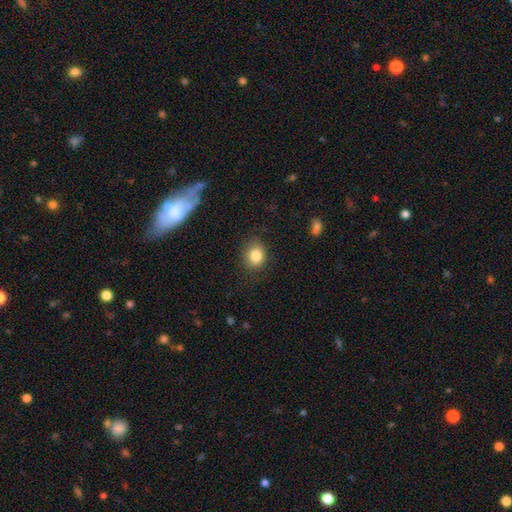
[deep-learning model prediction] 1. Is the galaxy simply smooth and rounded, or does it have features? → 83% smooth, 10% star or artifact, 7% featured or disk.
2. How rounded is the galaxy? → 61% round, 38% in between, 1% cigar-shaped.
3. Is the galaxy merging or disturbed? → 79% none, 15% minor disturbance, 4% major disturbance, 1% merger.